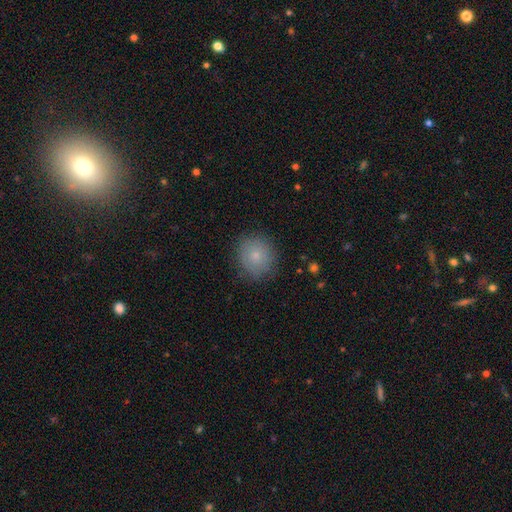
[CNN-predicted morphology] Overall: smooth (79%). How rounded: round (86%). Merging: none (84%).